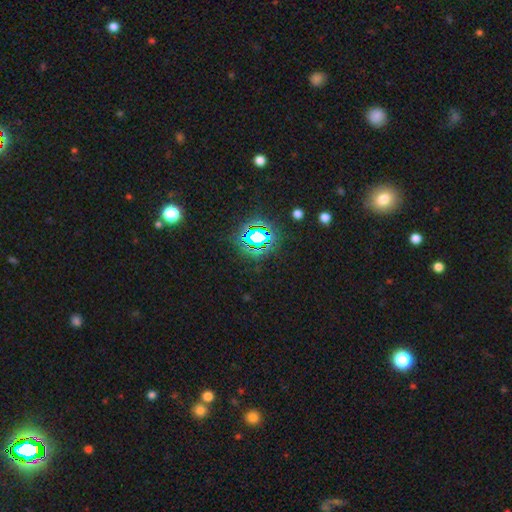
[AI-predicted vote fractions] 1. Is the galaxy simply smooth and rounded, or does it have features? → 78% star or artifact, 15% smooth, 7% featured or disk.